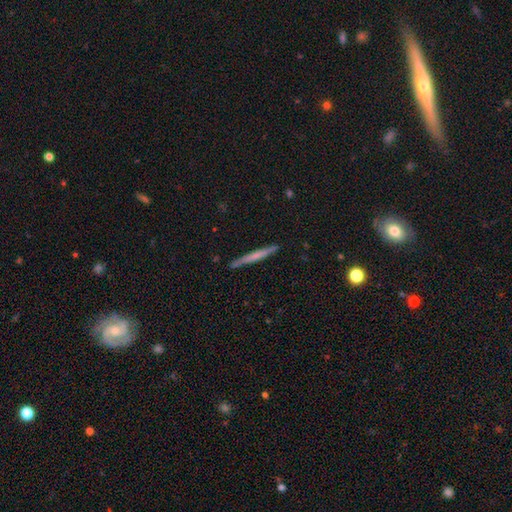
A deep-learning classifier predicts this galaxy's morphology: The model was most divided on "smooth or featured": smooth: 50%, featured or disk: 44%, star or artifact: 6%. More confident: how rounded — cigar-shaped (97%); merging — none (89%).